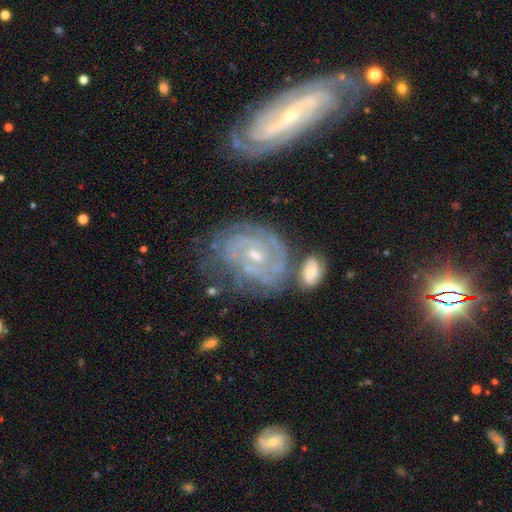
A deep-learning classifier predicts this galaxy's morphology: Q: Smooth or featured?
A: featured or disk (69%); runner-up: star or artifact (16%)
Q: Edge-on disk?
A: no (92%); runner-up: yes (8%)
Q: Bar?
A: no (60%); runner-up: weak (29%)
Q: Spiral arms?
A: yes (90%); runner-up: no (10%)
Q: Spiral winding?
A: tight (72%); runner-up: medium (22%)
Q: Spiral arm count?
A: can't tell (44%); runner-up: 2 (23%)
Q: Bulge size?
A: small (64%); runner-up: moderate (30%)
Q: Merging?
A: none (67%); runner-up: minor disturbance (16%)